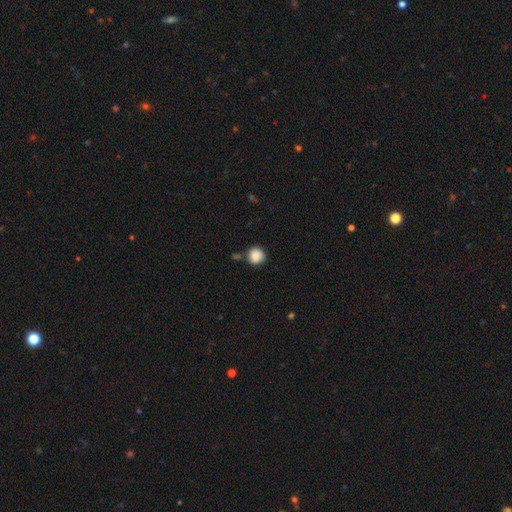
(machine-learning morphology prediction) This is clearly a smooth galaxy (88%). How rounded: clearly round (93%). Merging: likely none (80%).